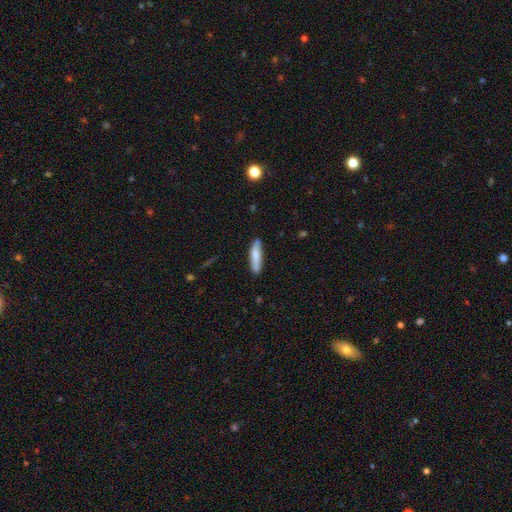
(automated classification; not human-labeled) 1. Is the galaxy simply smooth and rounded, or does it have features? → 74% smooth, 20% featured or disk, 6% star or artifact.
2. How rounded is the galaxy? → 79% cigar-shaped, 19% in between, 1% round.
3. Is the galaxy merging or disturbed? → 82% none, 14% minor disturbance, 2% major disturbance, 2% merger.